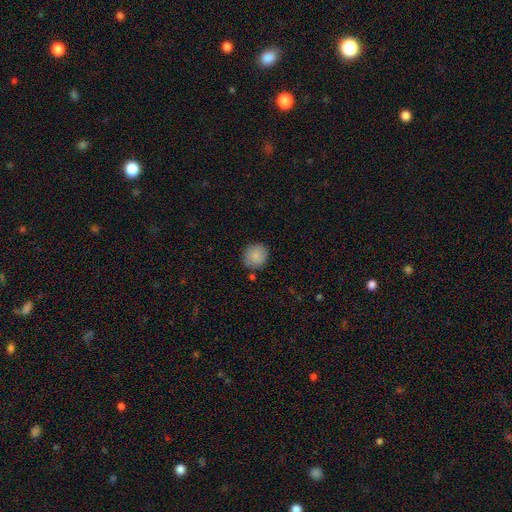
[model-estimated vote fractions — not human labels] Smooth or featured: smooth — 85% (featured or disk — 8%)
How rounded: round — 90% (in between — 9%)
Merging: none — 82% (minor disturbance — 12%)